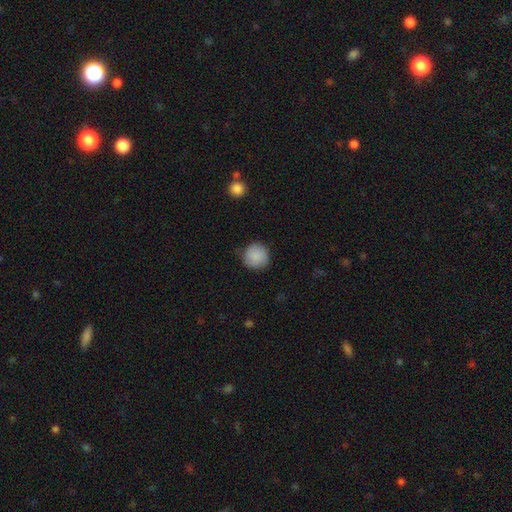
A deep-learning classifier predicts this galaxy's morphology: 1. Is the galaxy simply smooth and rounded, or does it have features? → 87% smooth, 7% star or artifact, 6% featured or disk.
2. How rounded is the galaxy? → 94% round, 5% in between, 1% cigar-shaped.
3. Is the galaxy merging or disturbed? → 81% none, 14% minor disturbance, 3% major disturbance, 1% merger.